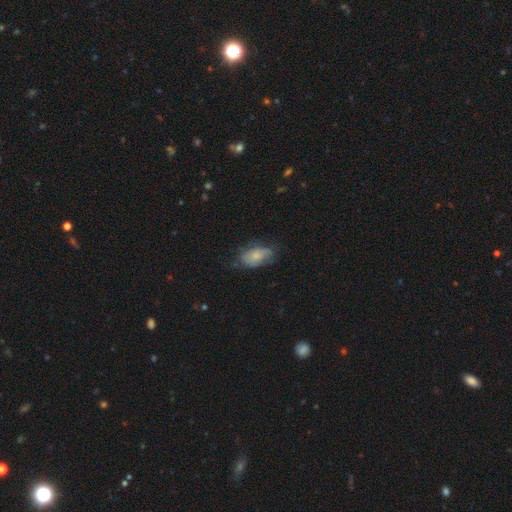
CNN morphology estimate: Overall: smooth (61%; featured or disk 30%). How rounded: in between (90%). Merging: none (52%; minor disturbance 31%).